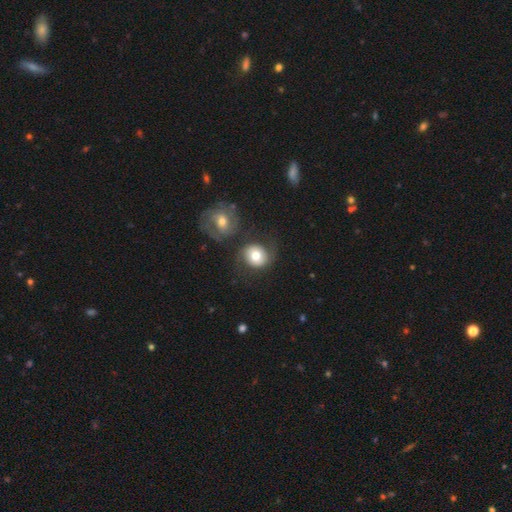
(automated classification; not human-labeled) Q: Smooth or featured?
A: smooth (60%); runner-up: featured or disk (33%)
Q: How rounded?
A: round (77%); runner-up: in between (22%)
Q: Merging?
A: none (59%); runner-up: minor disturbance (16%)